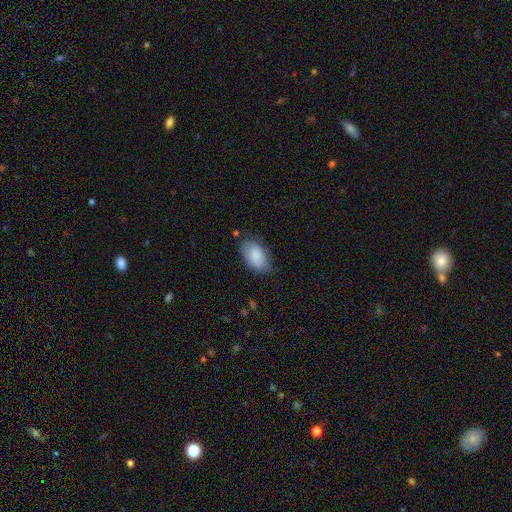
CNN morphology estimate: Q: Smooth or featured?
A: smooth (84%); runner-up: featured or disk (10%)
Q: How rounded?
A: in between (93%); runner-up: round (5%)
Q: Merging?
A: none (73%); runner-up: minor disturbance (21%)